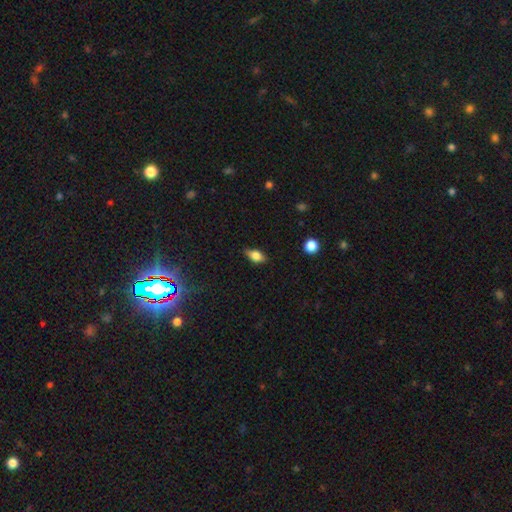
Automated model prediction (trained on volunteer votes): smooth_or_featured: smooth (p=0.73) [alt: featured or disk p=0.18]
how_rounded: in between (p=0.83) [alt: round p=0.10]
merging: none (p=0.78) [alt: minor disturbance p=0.17]